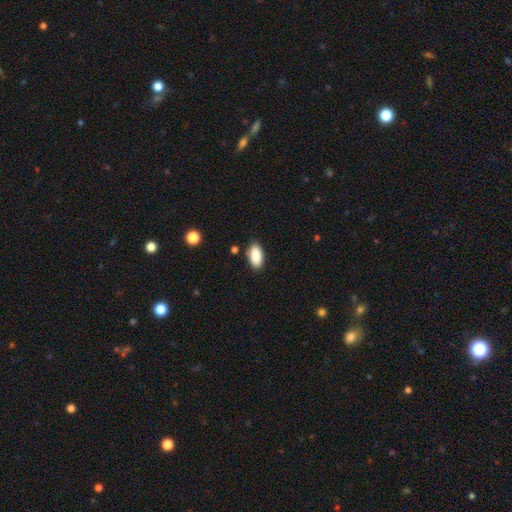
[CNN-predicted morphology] This is clearly a smooth galaxy (89%). How rounded: clearly in between (93%). Merging: clearly none (85%).